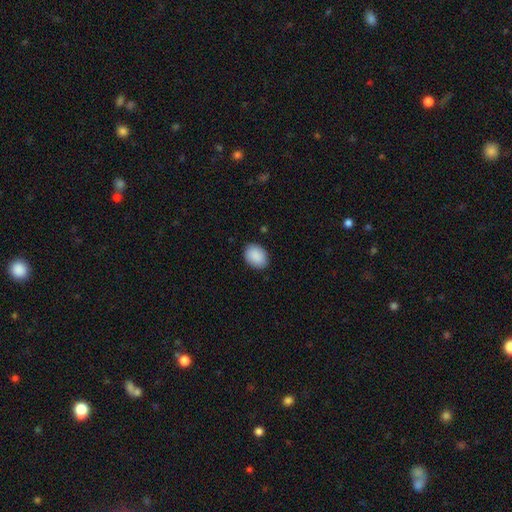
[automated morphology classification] Smooth or featured? Predicted: smooth (p=0.90). How rounded? Predicted: in between (p=0.69). Merging? Predicted: none (p=0.85).